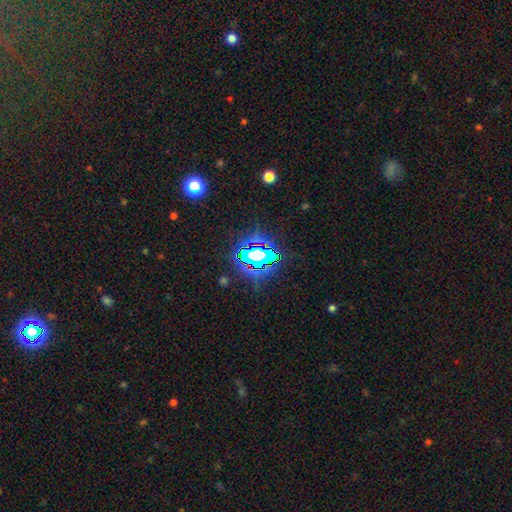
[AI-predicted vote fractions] This is likely a star or artifact rather than a galaxy (72%).